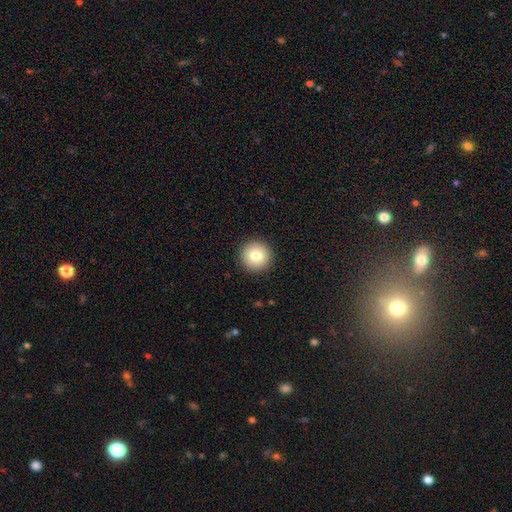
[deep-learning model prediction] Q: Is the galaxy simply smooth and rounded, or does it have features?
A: smooth — 81%.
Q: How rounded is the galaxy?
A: round — 96%.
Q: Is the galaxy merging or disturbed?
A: none — 93%.